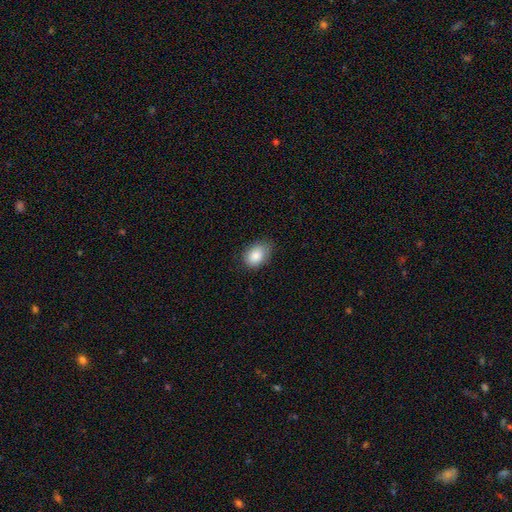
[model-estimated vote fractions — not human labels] This appears to be a smooth galaxy with no disk features (86%) that is in between round and cigar-shaped (74%). Merging: none (74%).